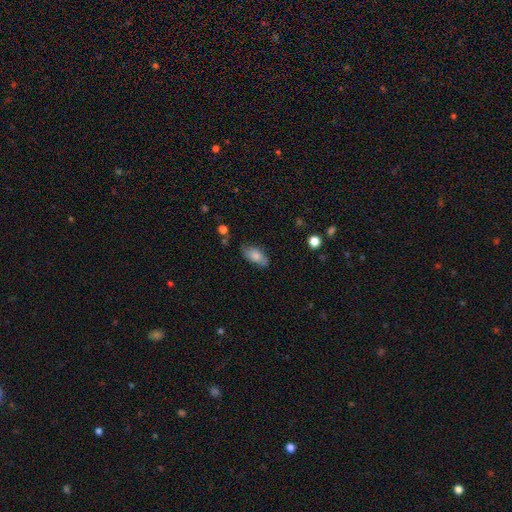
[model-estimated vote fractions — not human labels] Smooth or featured? smooth (78%)
How rounded? in between (90%)
Merging? none (74%)